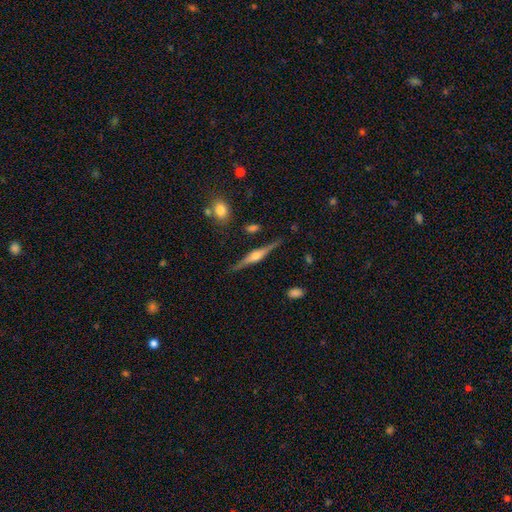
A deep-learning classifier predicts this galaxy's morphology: type=featured or disk (81%); edge-on=yes (98%); edge-on bulge=rounded (90%); merging=none (87%).